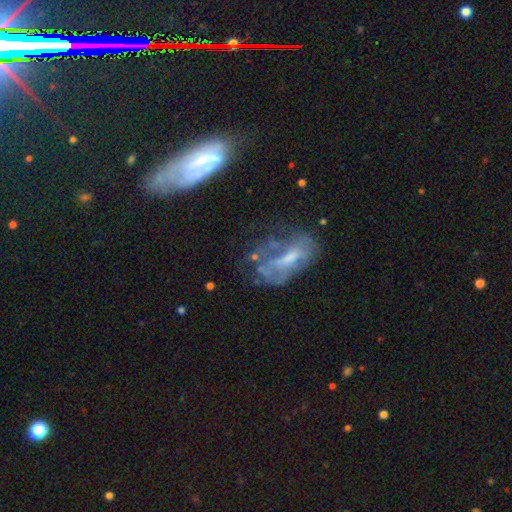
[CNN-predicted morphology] Overall: featured or disk (58%; smooth 29%). Edge-on disk: no (91%). Bar: no (55%; weak 32%). Spiral arms: no (69%; yes 31%). Bulge size: moderate (34%; none 32%). Merging: none (40%; major disturbance 28%).